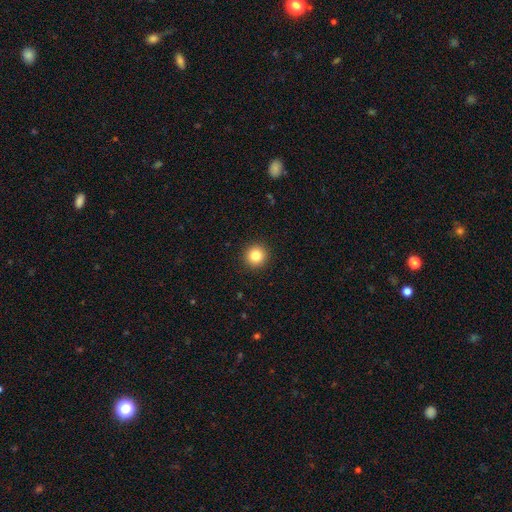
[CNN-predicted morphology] Smooth or featured: smooth — 84% (star or artifact — 11%)
How rounded: round — 95% (in between — 4%)
Merging: none — 93% (minor disturbance — 5%)